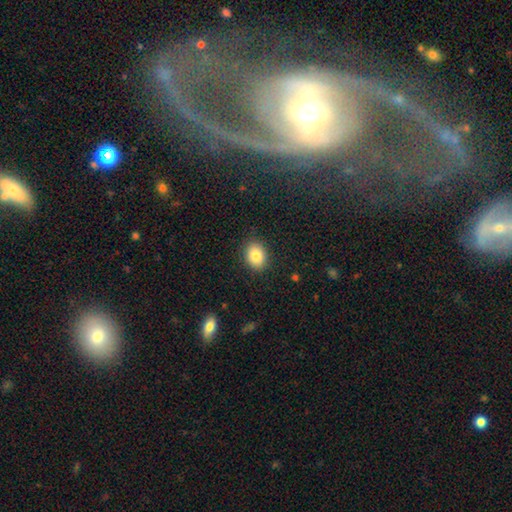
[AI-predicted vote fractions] A smooth galaxy with no disk features (84%) that is in between round and cigar-shaped (58%).

Vote fractions:
- Smooth or featured? smooth: 84% / star or artifact: 9% / featured or disk: 7%
- How rounded? in between: 58% / round: 42% / cigar-shaped: 1%
- Merging? none: 88% / minor disturbance: 9% / major disturbance: 3% / merger: 1%